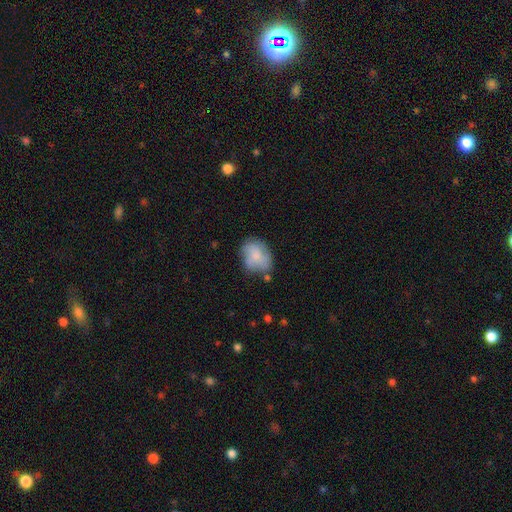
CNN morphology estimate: A smooth galaxy with no disk features (70%) that is in between round and cigar-shaped (60%).

Vote fractions:
- Smooth or featured? smooth: 70% / featured or disk: 23% / star or artifact: 8%
- How rounded? in between: 60% / round: 39% / cigar-shaped: 1%
- Merging? none: 53% / minor disturbance: 28% / major disturbance: 11% / merger: 8%